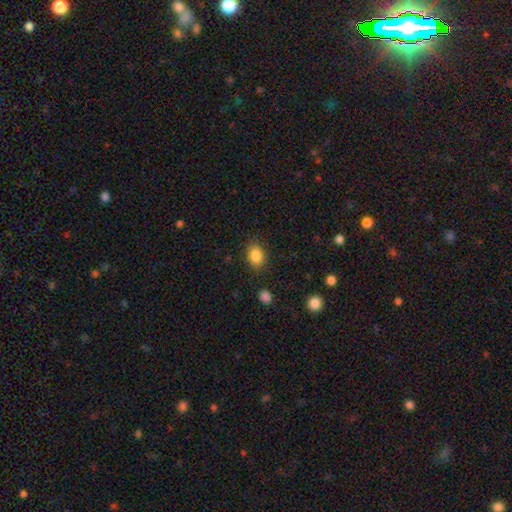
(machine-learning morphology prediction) A smooth galaxy with no disk features (86%) that is in between round and cigar-shaped (66%).

Vote fractions:
- Smooth or featured? smooth: 86% / star or artifact: 9% / featured or disk: 5%
- How rounded? in between: 66% / round: 33% / cigar-shaped: 1%
- Merging? none: 83% / minor disturbance: 12% / major disturbance: 3% / merger: 2%